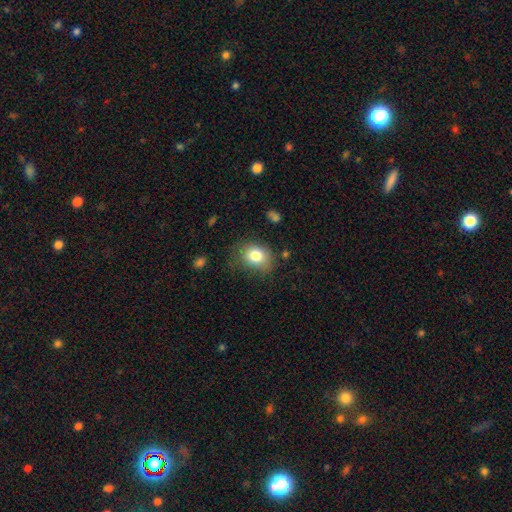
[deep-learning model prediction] Smooth or featured? Predicted: smooth (p=0.81). How rounded? Predicted: in between (p=0.58). Merging? Predicted: none (p=0.70).